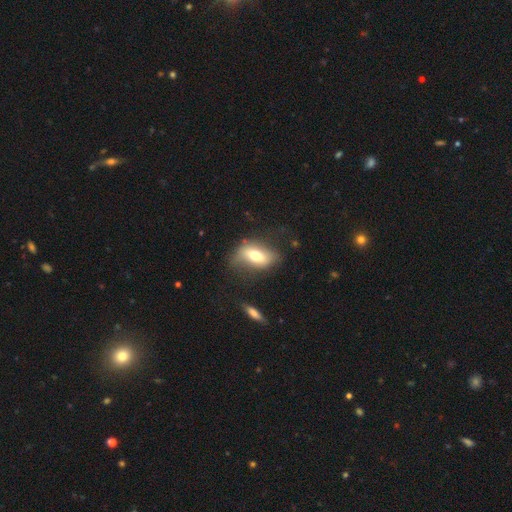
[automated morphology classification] This is possibly a smooth galaxy (59%). How rounded: clearly in between (84%). Merging: possibly none (57%).